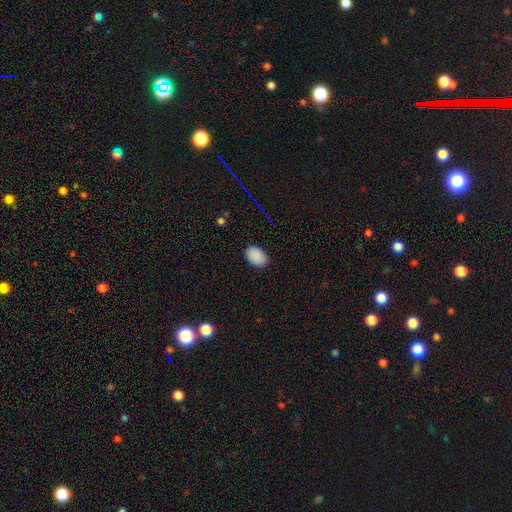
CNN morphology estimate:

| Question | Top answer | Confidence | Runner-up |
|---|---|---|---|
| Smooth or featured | smooth | 88% | star or artifact (9%) |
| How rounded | in between | 84% | round (15%) |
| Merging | none | 87% | minor disturbance (10%) |